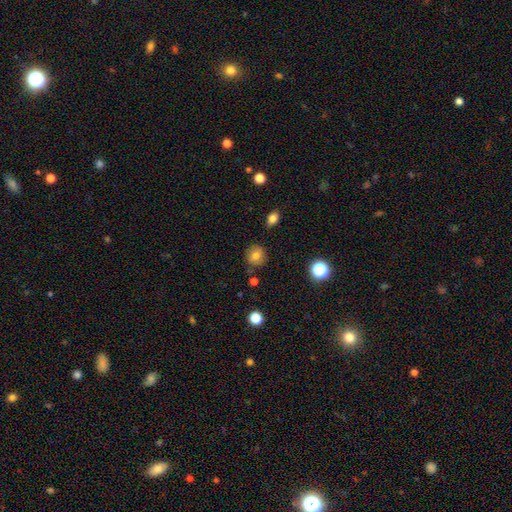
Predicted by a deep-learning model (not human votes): Morphology: type=smooth (78%); roundness=round (86%); merging=none (84%).